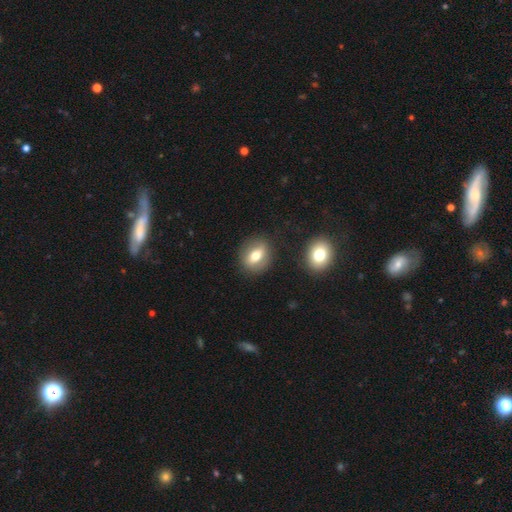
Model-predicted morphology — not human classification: Overall: smooth (62%; featured or disk 30%). How rounded: in between (52%; round 45%). Merging: none (83%).